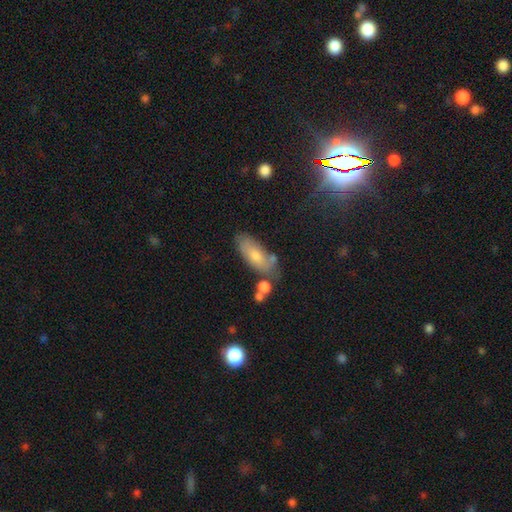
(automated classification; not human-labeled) smooth 61%, featured or disk 27%, star or artifact 12%. Down the decision tree: how rounded — in between (78%); merging — none (63%).